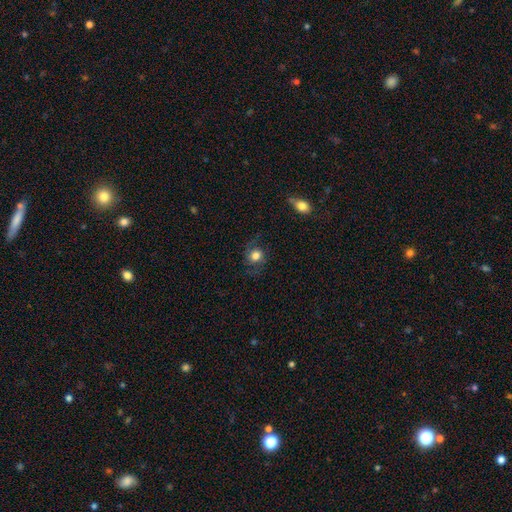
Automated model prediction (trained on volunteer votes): Smooth or featured? smooth (57%)
How rounded? round (77%)
Merging? none (68%)